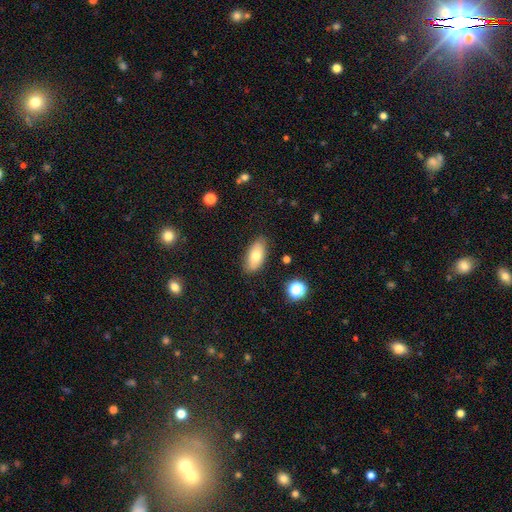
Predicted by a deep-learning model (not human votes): A smooth galaxy with no disk features (74%) that is in between round and cigar-shaped (90%).

Vote fractions:
- Smooth or featured? smooth: 74% / featured or disk: 19% / star or artifact: 8%
- How rounded? in between: 90% / cigar-shaped: 7% / round: 3%
- Merging? none: 84% / minor disturbance: 12% / major disturbance: 2% / merger: 1%